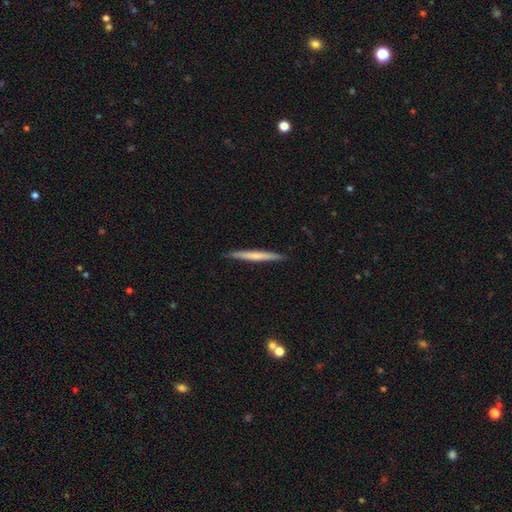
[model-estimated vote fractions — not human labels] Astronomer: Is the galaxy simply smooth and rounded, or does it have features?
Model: smooth — 56% (runner-up: featured or disk, 39%).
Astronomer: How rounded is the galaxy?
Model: cigar-shaped — 97%.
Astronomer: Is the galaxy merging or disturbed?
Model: none — 91%.